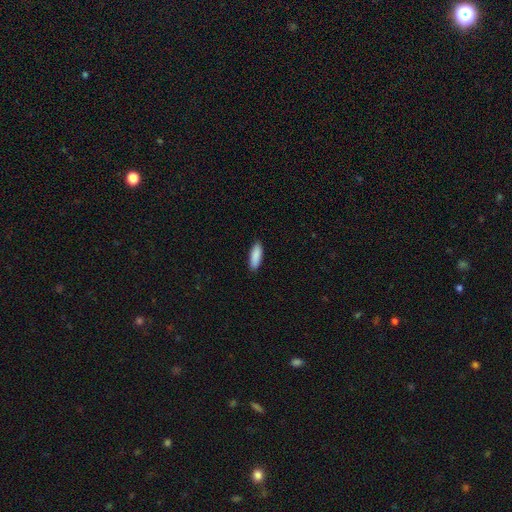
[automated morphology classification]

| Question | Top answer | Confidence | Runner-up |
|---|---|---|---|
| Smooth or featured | smooth | 90% | star or artifact (6%) |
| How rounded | in between | 56% | cigar-shaped (42%) |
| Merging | none | 90% | minor disturbance (8%) |